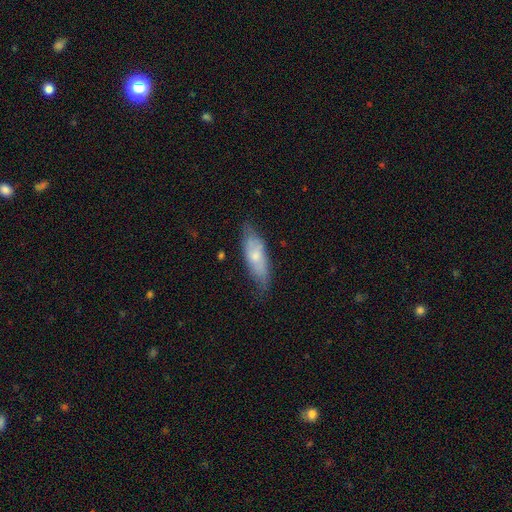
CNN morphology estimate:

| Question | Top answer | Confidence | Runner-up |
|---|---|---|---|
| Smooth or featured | smooth | 57% | featured or disk (37%) |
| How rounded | in between | 59% | cigar-shaped (38%) |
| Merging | none | 62% | minor disturbance (28%) |